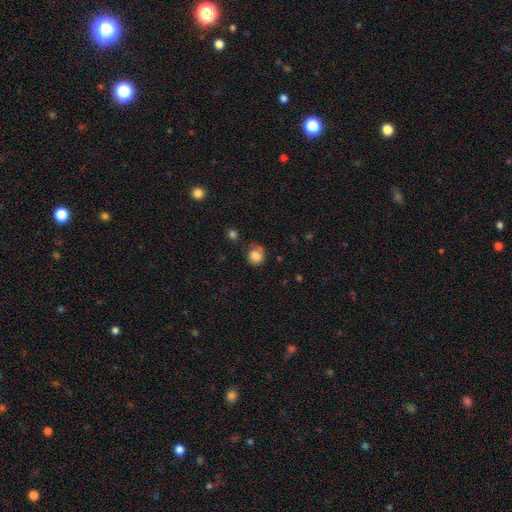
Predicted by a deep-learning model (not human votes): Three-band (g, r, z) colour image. It shows a smooth galaxy with no disk features (82%) that is round (83%). Merging: none (71%).